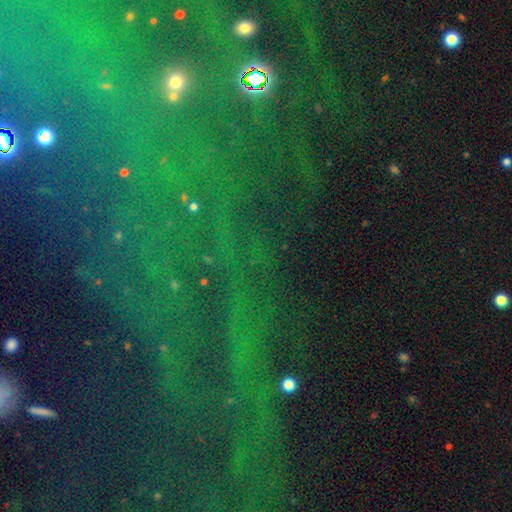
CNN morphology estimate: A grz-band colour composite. It shows a star or artifact, not a galaxy (78%).